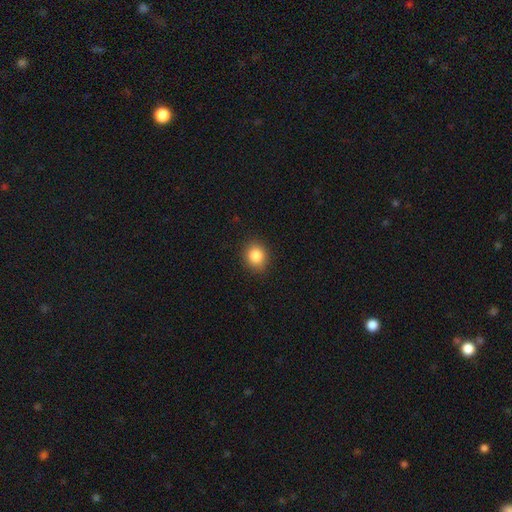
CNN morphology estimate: smooth 86%, star or artifact 10%, featured or disk 5%. Down the decision tree: how rounded — round (71%); merging — none (89%).